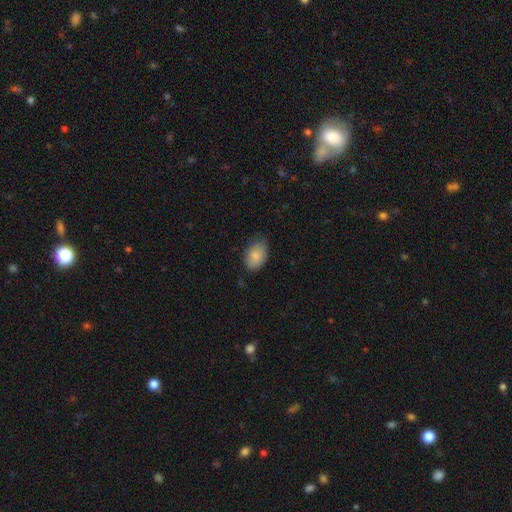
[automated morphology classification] Q: Smooth or featured?
A: smooth (85%); runner-up: featured or disk (8%)
Q: How rounded?
A: in between (85%); runner-up: round (14%)
Q: Merging?
A: none (68%); runner-up: minor disturbance (26%)